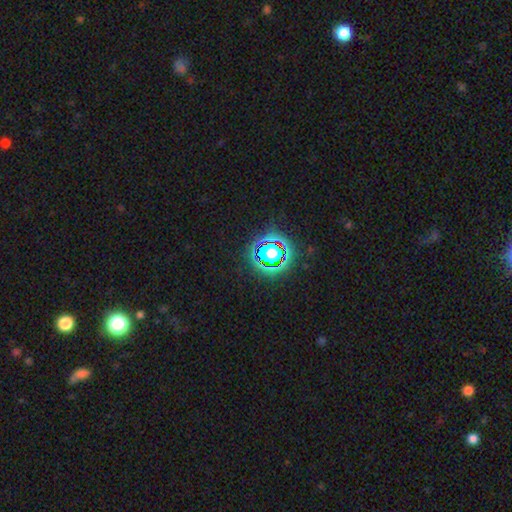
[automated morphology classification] A star or artifact, not a galaxy (78%).

Vote fractions:
- Smooth or featured? star or artifact: 78% / smooth: 14% / featured or disk: 8%